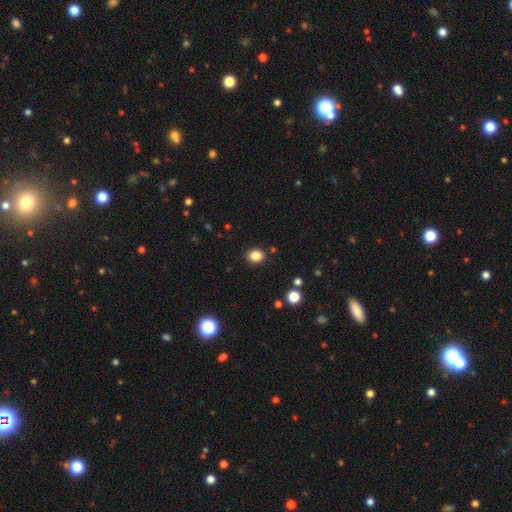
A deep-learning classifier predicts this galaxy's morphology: This appears to be a smooth galaxy with no disk features (84%) that is round (61%). Merging: none (88%).